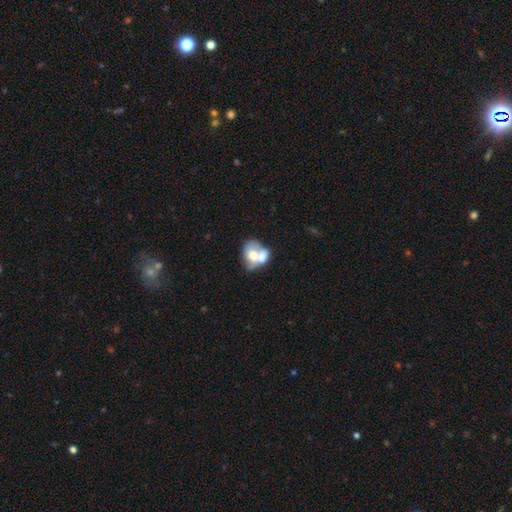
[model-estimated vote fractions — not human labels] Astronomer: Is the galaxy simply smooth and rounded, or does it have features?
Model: smooth — 57% (runner-up: featured or disk, 34%).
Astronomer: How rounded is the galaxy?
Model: in between — 57% (runner-up: round, 42%).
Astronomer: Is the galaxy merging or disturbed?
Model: merger — 66%.